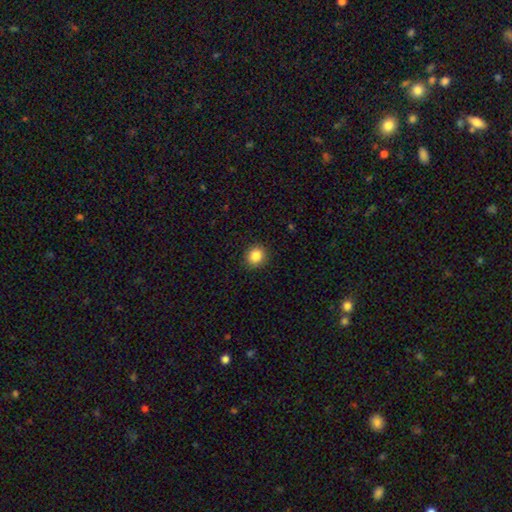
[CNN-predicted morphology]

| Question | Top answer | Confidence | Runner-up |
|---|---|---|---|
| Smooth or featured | smooth | 86% | star or artifact (10%) |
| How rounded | round | 86% | in between (13%) |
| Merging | none | 91% | minor disturbance (6%) |